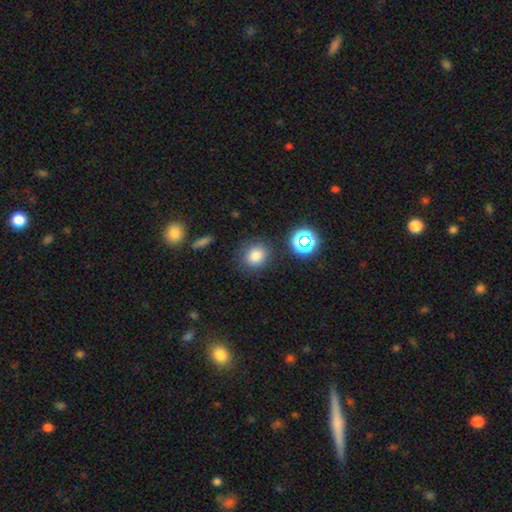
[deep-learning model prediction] A smooth galaxy with no disk features (79%) that is round (68%).

Vote fractions:
- Smooth or featured? smooth: 79% / star or artifact: 15% / featured or disk: 7%
- How rounded? round: 68% / in between: 30% / cigar-shaped: 1%
- Merging? none: 82% / minor disturbance: 11% / major disturbance: 4% / merger: 3%